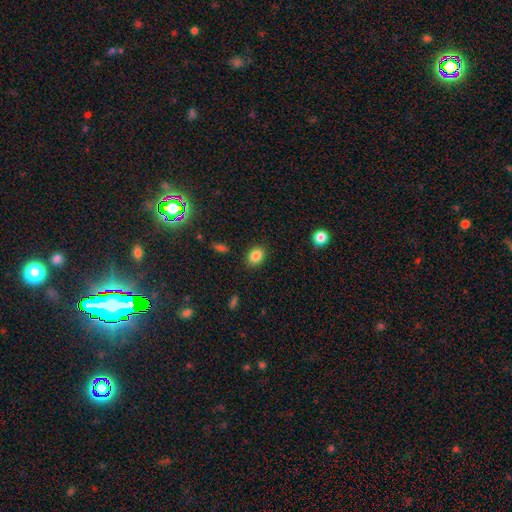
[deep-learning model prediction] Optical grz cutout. It shows a smooth galaxy with no disk features (85%) that is in between round and cigar-shaped (60%). Merging: none (88%).